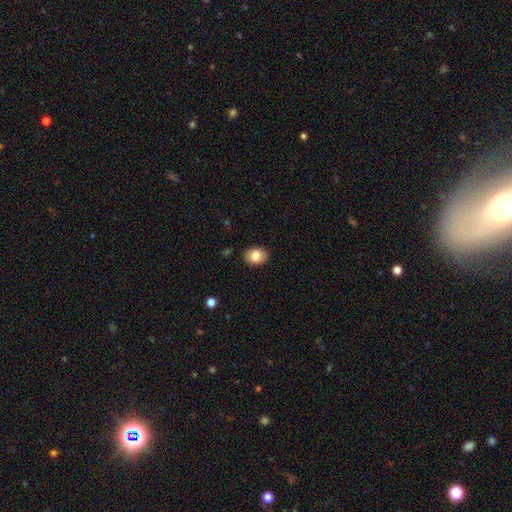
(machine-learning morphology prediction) Smooth or featured?
  - smooth: 83% *
  - featured or disk: 9%
  - star or artifact: 8%
How rounded?
  - in between: 62% *
  - round: 37%
  - cigar-shaped: 1%
Merging?
  - none: 89% *
  - minor disturbance: 8%
  - major disturbance: 2%
  - merger: 1%